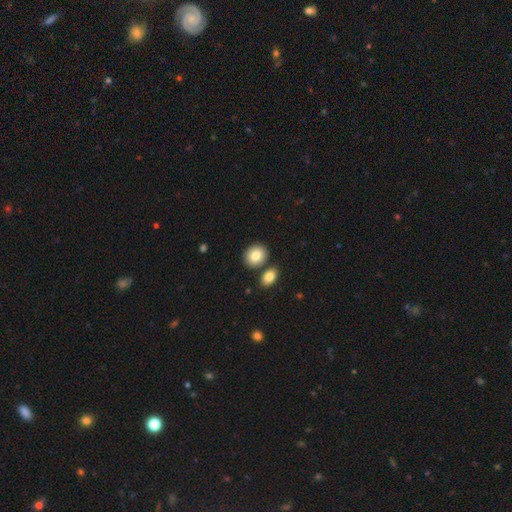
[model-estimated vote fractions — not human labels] Smooth or featured: smooth — 85% (featured or disk — 8%)
How rounded: round — 54% (in between — 44%)
Merging: none — 74% (merger — 15%)